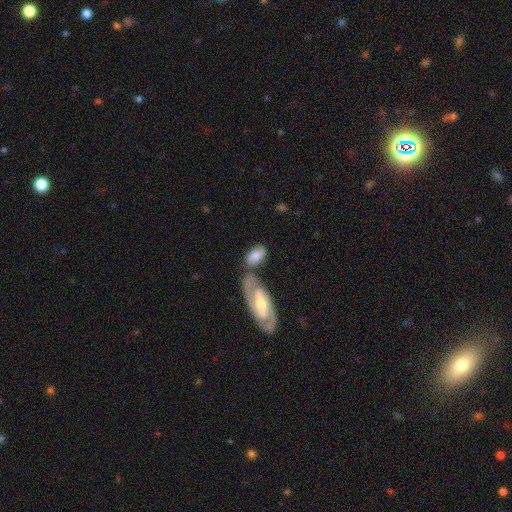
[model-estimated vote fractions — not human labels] Overall: smooth (58%; featured or disk 36%). How rounded: in between (90%). Merging: none (46%; merger 32%).